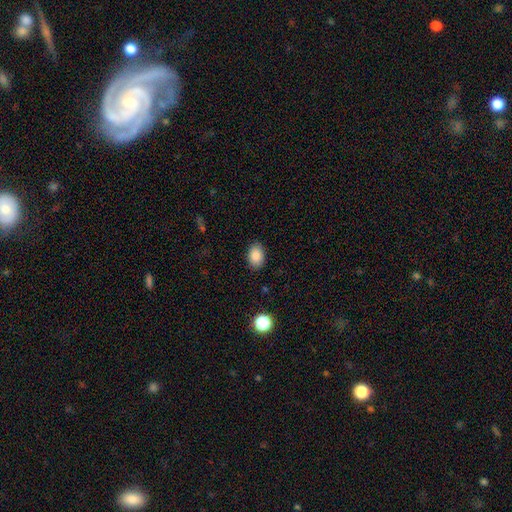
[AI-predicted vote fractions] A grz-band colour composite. It shows a smooth galaxy with no disk features (87%) that is in between round and cigar-shaped (84%). Merging: none (88%).